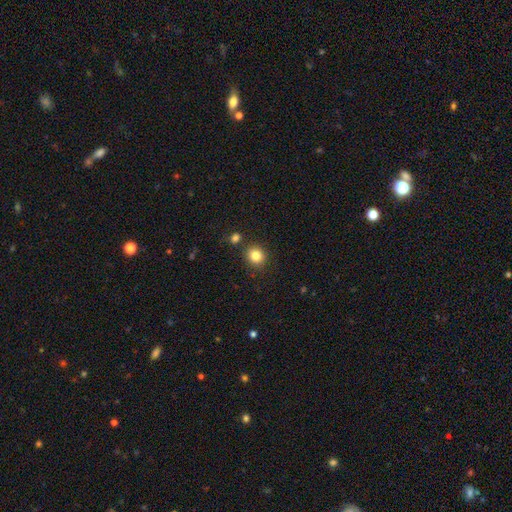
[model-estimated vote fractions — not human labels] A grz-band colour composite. It shows a smooth galaxy with no disk features (83%) that is round (84%). Merging: none (84%).